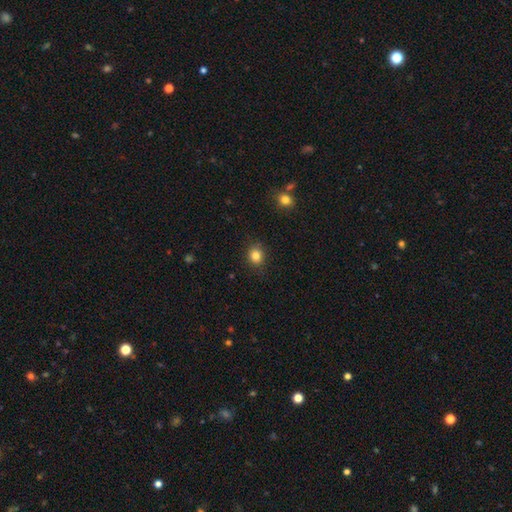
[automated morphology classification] Smooth or featured: smooth — 83% (star or artifact — 11%)
How rounded: round — 76% (in between — 24%)
Merging: none — 86% (minor disturbance — 10%)